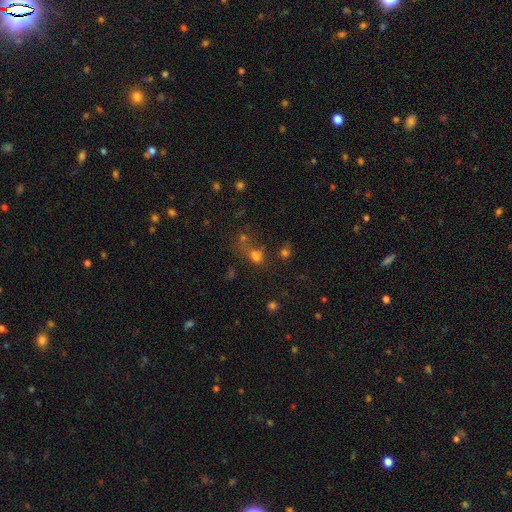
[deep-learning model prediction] Morphology: type=smooth (65%); roundness=in between (50%); merging=none (40%).